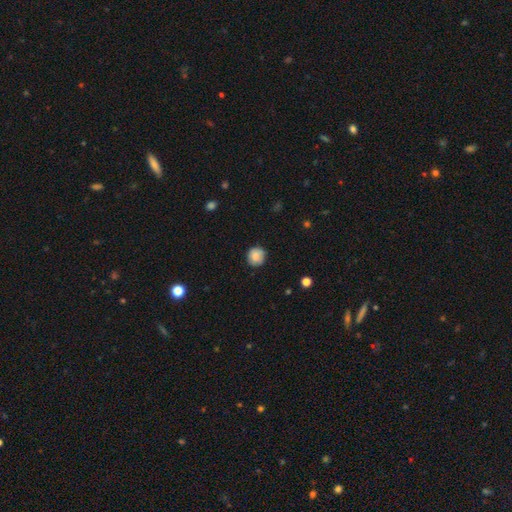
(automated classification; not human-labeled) Smooth or featured: smooth — 84% (star or artifact — 8%)
How rounded: round — 91% (in between — 8%)
Merging: none — 83% (minor disturbance — 13%)